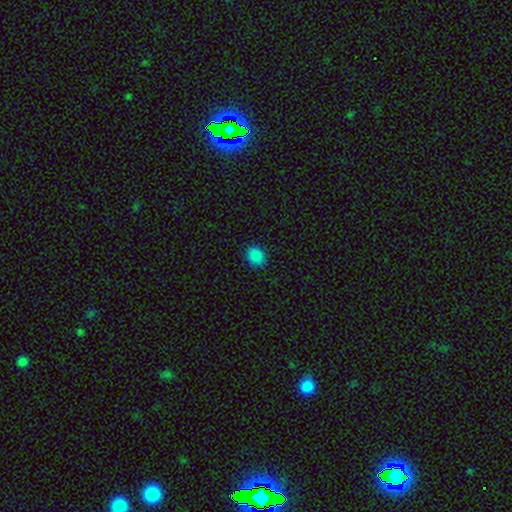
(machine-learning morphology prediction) smooth 86%, star or artifact 11%, featured or disk 2%. Down the decision tree: how rounded — round (64%); merging — none (89%).